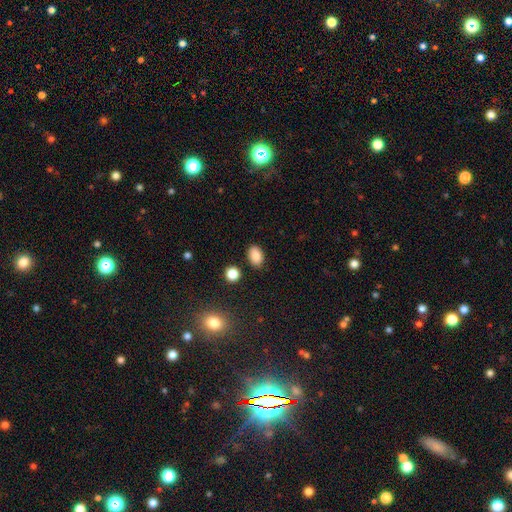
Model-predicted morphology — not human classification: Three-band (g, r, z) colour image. It shows a smooth galaxy with no disk features (87%) that is in between round and cigar-shaped (84%). Merging: none (85%).